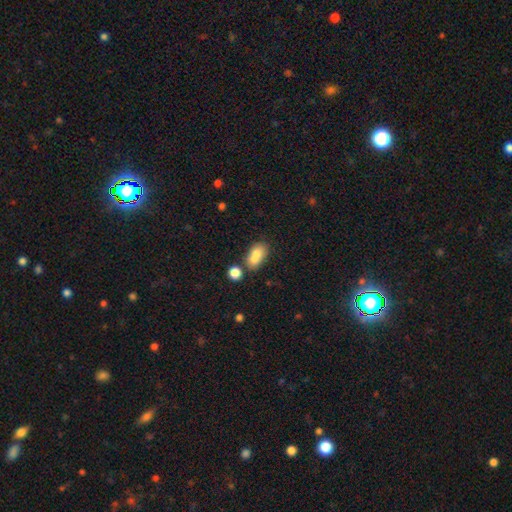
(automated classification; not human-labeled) This is clearly a smooth galaxy (80%). How rounded: clearly in between (85%). Merging: possibly none (47%).